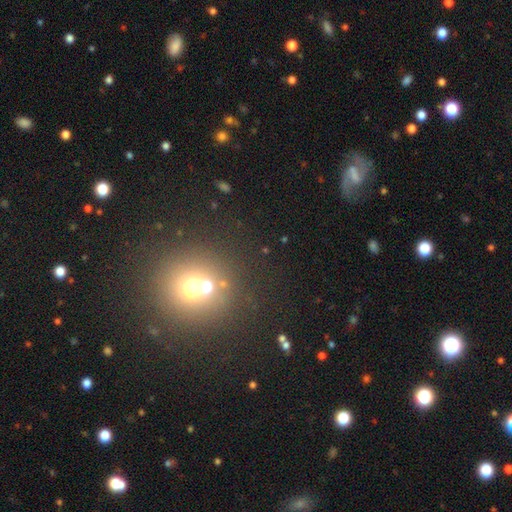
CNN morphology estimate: Smooth or featured? Predicted: smooth (p=0.45). Merging? Predicted: none (p=0.71).